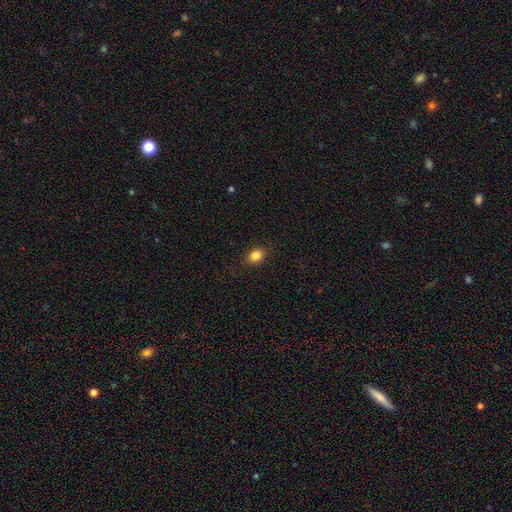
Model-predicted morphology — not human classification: type=smooth (84%); roundness=in between (62%); merging=none (87%).